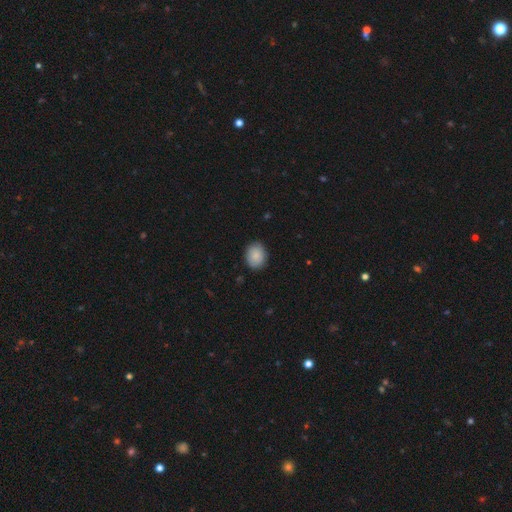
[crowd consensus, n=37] smooth_or_featured: smooth (p=0.95) [alt: featured or disk p=0.05]
how_rounded: round (p=0.51) [alt: in between p=0.49]
merging: none (p=0.97) [alt: merger p=0.03]